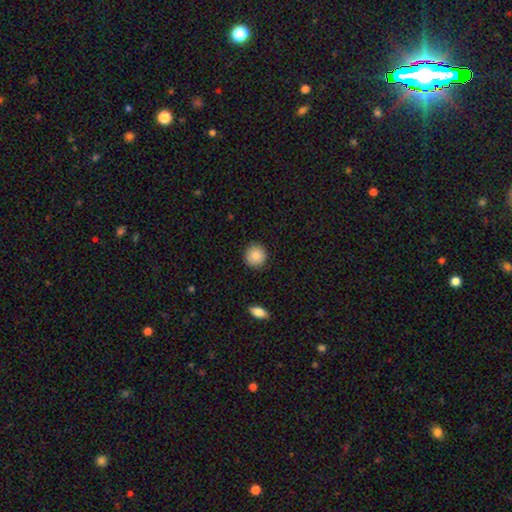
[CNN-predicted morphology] A smooth galaxy with no disk features (87%) that is round (91%).

Vote fractions:
- Smooth or featured? smooth: 87% / star or artifact: 8% / featured or disk: 5%
- How rounded? round: 91% / in between: 8% / cigar-shaped: 1%
- Merging? none: 90% / minor disturbance: 7% / major disturbance: 2% / merger: 1%